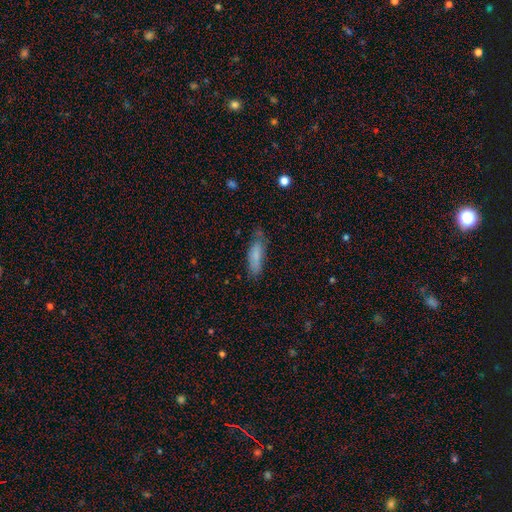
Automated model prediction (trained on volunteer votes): Smooth or featured? smooth (78%)
How rounded? in between (51%)
Merging? none (63%)